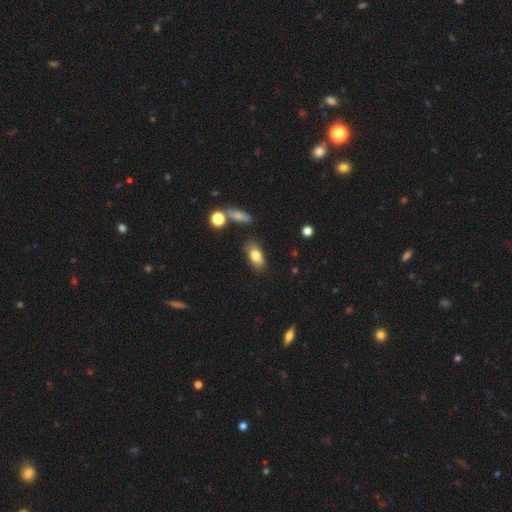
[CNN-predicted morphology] Smooth or featured: smooth — 78% (featured or disk — 14%)
How rounded: in between — 86% (round — 7%)
Merging: none — 77% (minor disturbance — 15%)